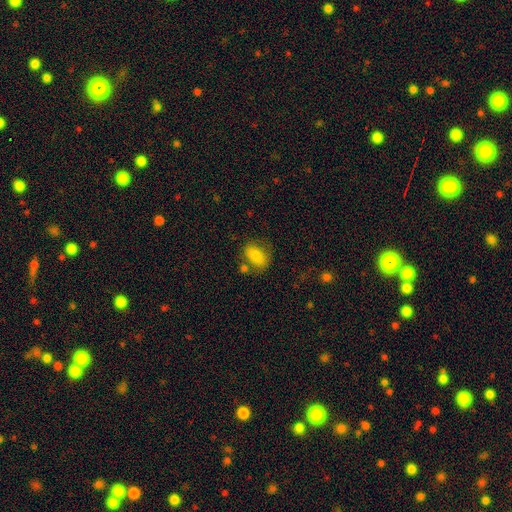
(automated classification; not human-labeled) smooth-or-featured: smooth: 78% | featured or disk: 13% | star or artifact: 9%
  how-rounded: in between: 79% | round: 19% | cigar-shaped: 2%
  merging: none: 59% | minor disturbance: 20% | merger: 13% | major disturbance: 9%